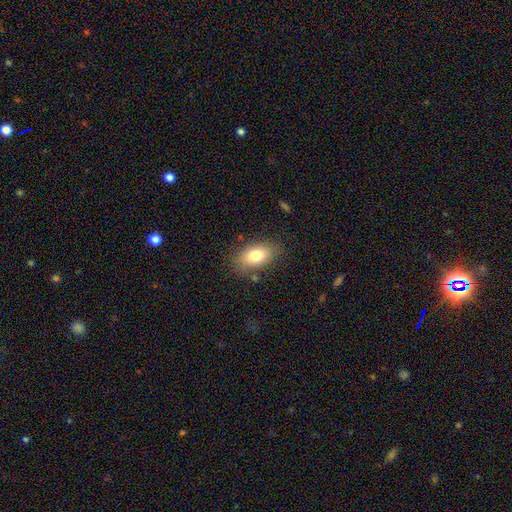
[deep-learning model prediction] smooth-or-featured: smooth: 79% | featured or disk: 13% | star or artifact: 8%
  how-rounded: in between: 90% | round: 7% | cigar-shaped: 3%
  merging: none: 81% | minor disturbance: 13% | major disturbance: 4% | merger: 2%